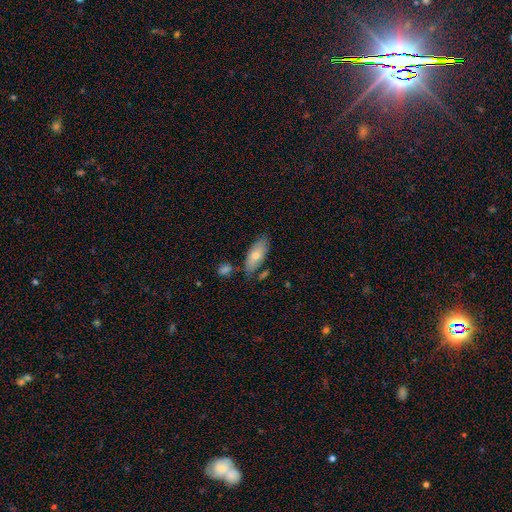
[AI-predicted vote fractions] smooth-or-featured: smooth: 71% | featured or disk: 23% | star or artifact: 6%
  how-rounded: in between: 86% | cigar-shaped: 12% | round: 3%
  merging: none: 69% | minor disturbance: 20% | merger: 7% | major disturbance: 4%